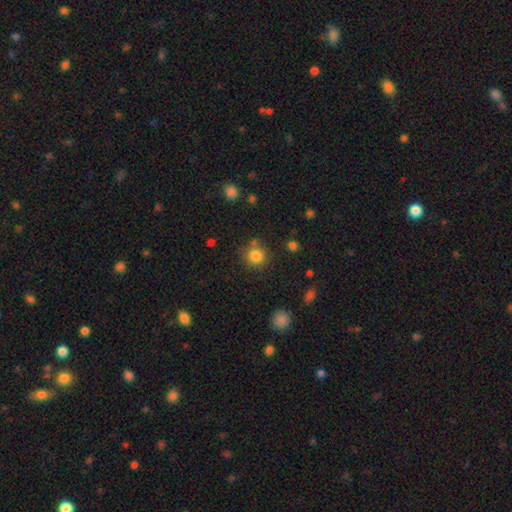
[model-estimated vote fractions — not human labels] This appears to be a smooth galaxy with no disk features (84%) that is round (91%). Merging: none (76%).